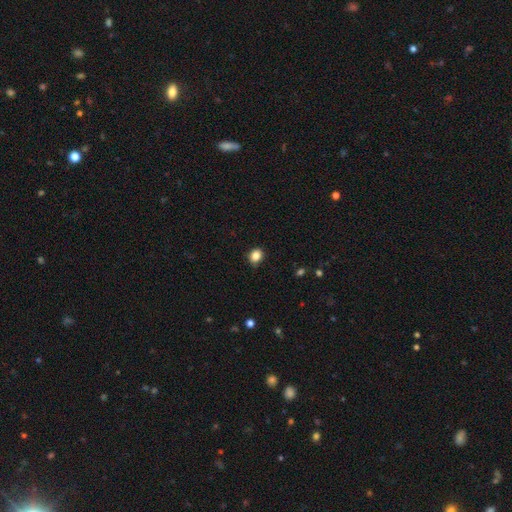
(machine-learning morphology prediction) Smooth or featured? smooth (85%)
How rounded? round (64%)
Merging? none (79%)